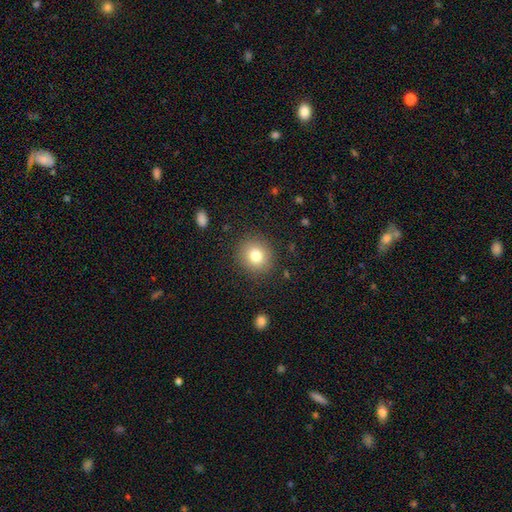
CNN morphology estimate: Smooth or featured?
  - smooth: 79% *
  - star or artifact: 11%
  - featured or disk: 10%
How rounded?
  - round: 83% *
  - in between: 16%
  - cigar-shaped: 1%
Merging?
  - none: 88% *
  - minor disturbance: 8%
  - major disturbance: 3%
  - merger: 1%